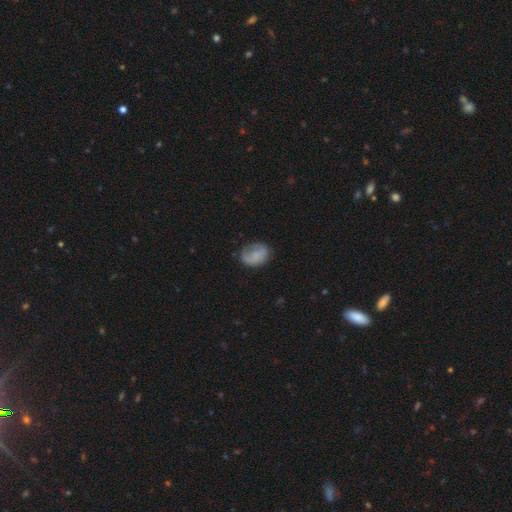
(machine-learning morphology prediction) The model was most divided on "how rounded": in between: 56%, round: 43%, cigar-shaped: 1%. More confident: smooth or featured — smooth (68%); merging — none (61%).